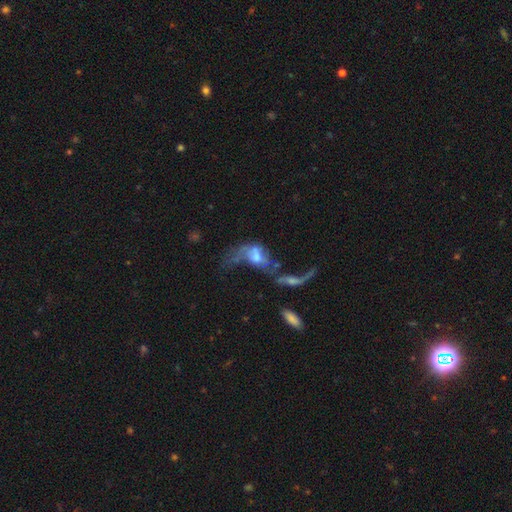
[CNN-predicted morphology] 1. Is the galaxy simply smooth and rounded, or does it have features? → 53% featured or disk, 35% smooth, 11% star or artifact.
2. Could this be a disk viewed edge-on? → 93% no, 7% yes.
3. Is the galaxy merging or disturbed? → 40% merger, 38% major disturbance, 12% none, 10% minor disturbance.